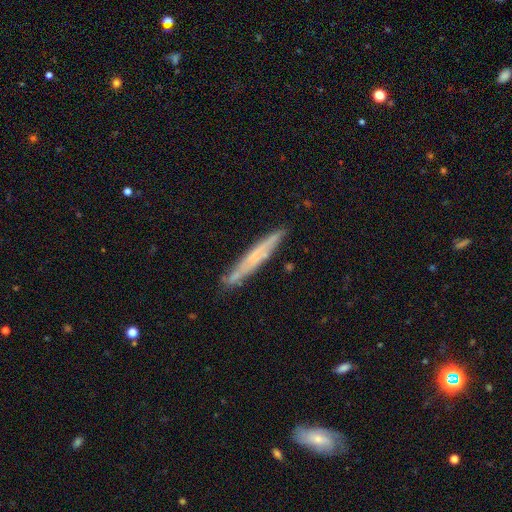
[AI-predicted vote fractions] A featured or disk galaxy (51%) viewed edge-on (87%). Merging: none (83%).